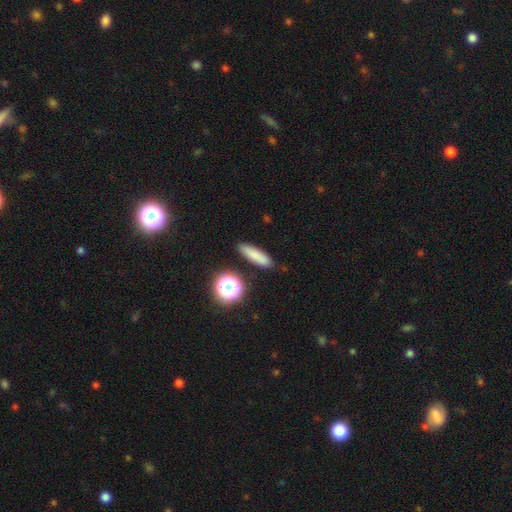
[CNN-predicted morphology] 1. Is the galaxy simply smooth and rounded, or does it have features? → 79% smooth, 12% star or artifact, 9% featured or disk.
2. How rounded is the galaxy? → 62% cigar-shaped, 31% in between, 7% round.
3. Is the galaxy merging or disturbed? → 86% none, 9% minor disturbance, 2% major disturbance, 2% merger.